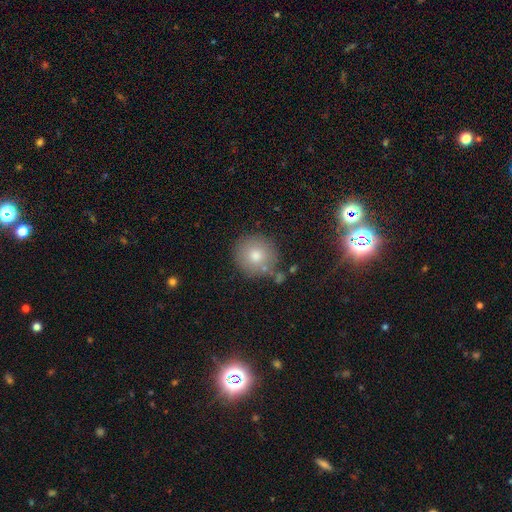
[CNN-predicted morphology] smooth 74%, star or artifact 15%, featured or disk 12%. Down the decision tree: how rounded — round (93%); merging — none (82%).